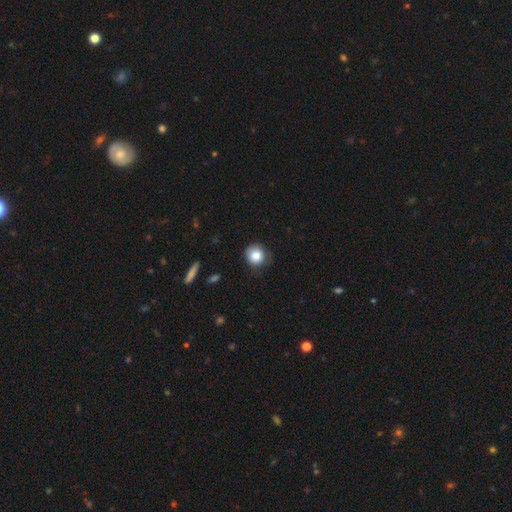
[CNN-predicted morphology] Smooth or featured: smooth — 82% (featured or disk — 9%)
How rounded: round — 90% (in between — 9%)
Merging: none — 71% (minor disturbance — 22%)